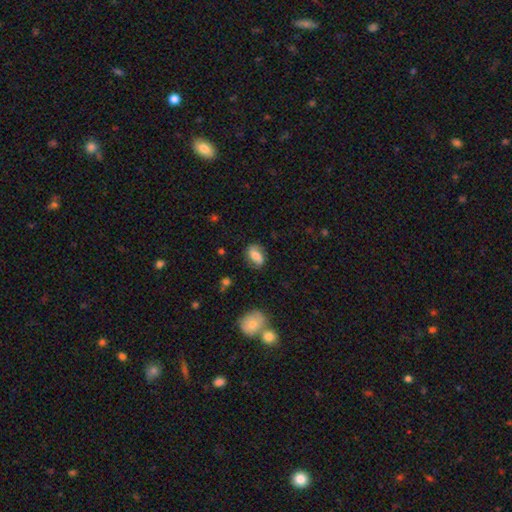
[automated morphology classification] This appears to be a smooth galaxy with no disk features (57%) that is in between round and cigar-shaped (80%). Merging: none (77%).